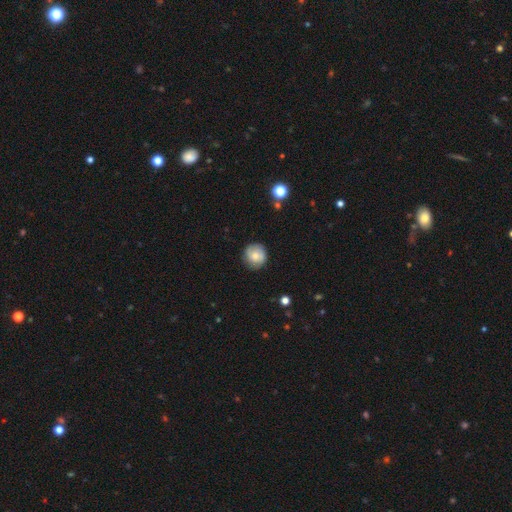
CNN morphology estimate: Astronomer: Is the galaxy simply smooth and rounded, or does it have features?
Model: smooth — 66%.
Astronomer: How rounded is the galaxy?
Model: round — 92%.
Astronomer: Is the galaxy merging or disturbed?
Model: none — 82%.